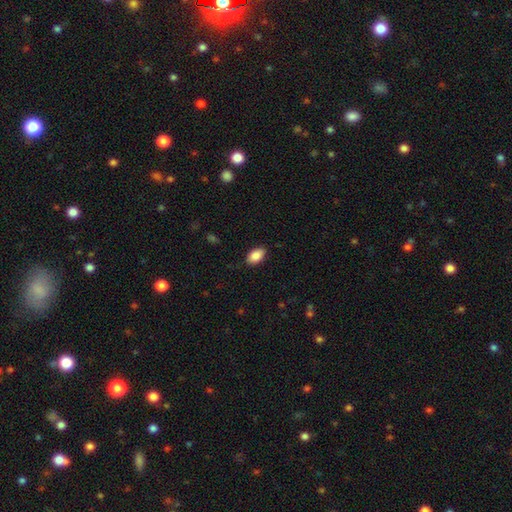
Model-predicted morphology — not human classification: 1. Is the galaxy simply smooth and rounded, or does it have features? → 88% smooth, 7% star or artifact, 5% featured or disk.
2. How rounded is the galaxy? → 93% in between, 6% round, 2% cigar-shaped.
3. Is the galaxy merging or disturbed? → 87% none, 10% minor disturbance, 2% major disturbance, 1% merger.